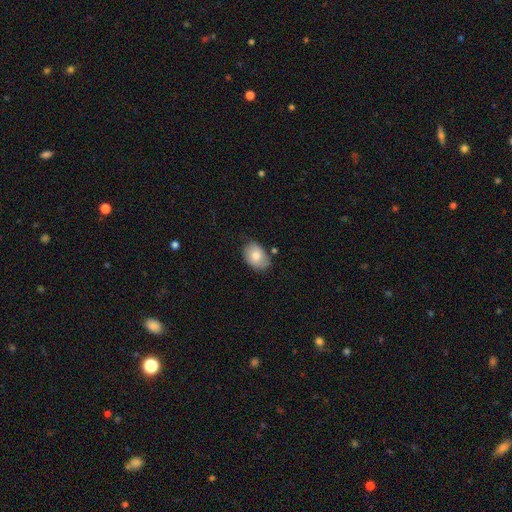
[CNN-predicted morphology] A smooth galaxy with no disk features (75%) that is in between round and cigar-shaped (78%).

Vote fractions:
- Smooth or featured? smooth: 75% / featured or disk: 17% / star or artifact: 7%
- How rounded? in between: 78% / round: 21% / cigar-shaped: 1%
- Merging? none: 69% / minor disturbance: 22% / merger: 4% / major disturbance: 4%